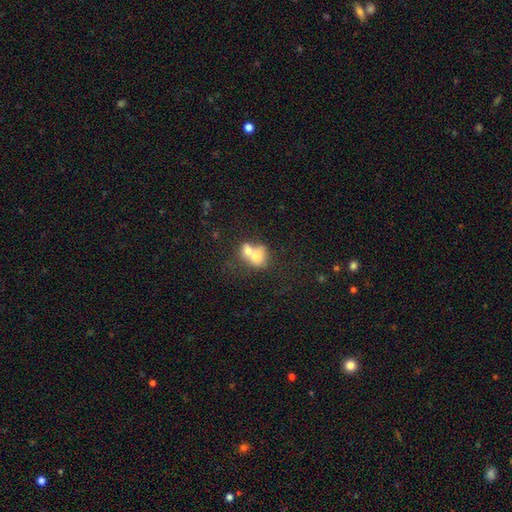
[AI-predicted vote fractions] Smooth or featured?
  - smooth: 68% *
  - featured or disk: 22%
  - star or artifact: 10%
How rounded?
  - in between: 50% *
  - round: 48%
  - cigar-shaped: 1%
Merging?
  - merger: 68% *
  - none: 19%
  - minor disturbance: 8%
  - major disturbance: 5%